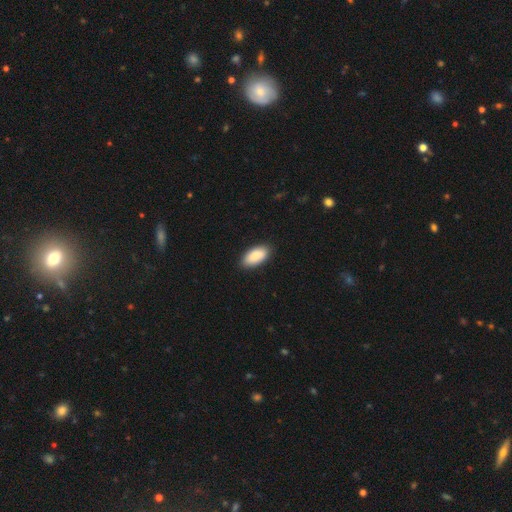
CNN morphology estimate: Smooth or featured? smooth (90%)
How rounded? in between (93%)
Merging? none (88%)